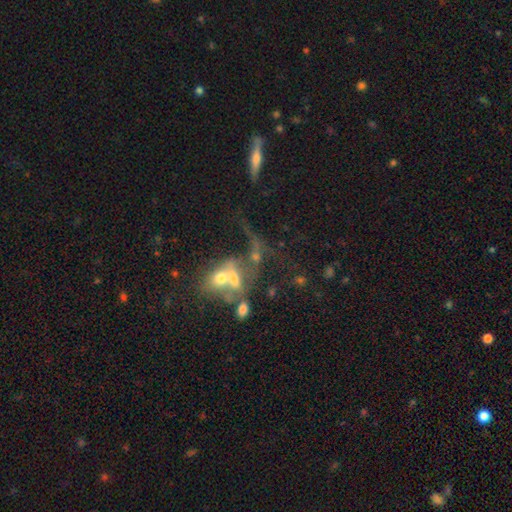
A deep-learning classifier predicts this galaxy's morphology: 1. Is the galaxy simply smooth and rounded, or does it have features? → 45% featured or disk, 34% smooth, 21% star or artifact.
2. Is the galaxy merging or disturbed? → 57% merger, 19% major disturbance, 16% none, 8% minor disturbance.